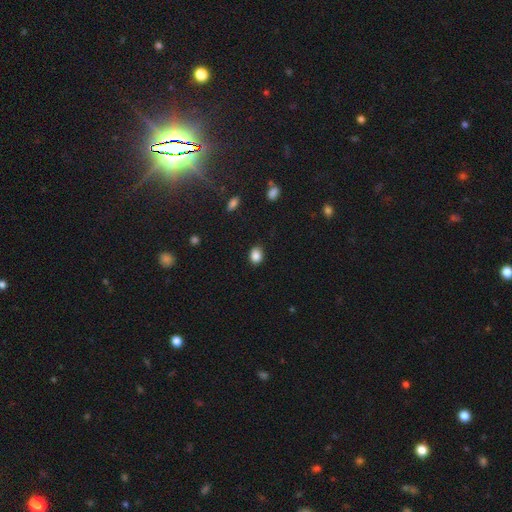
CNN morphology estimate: Smooth or featured? smooth (87%)
How rounded? in between (58%)
Merging? none (87%)